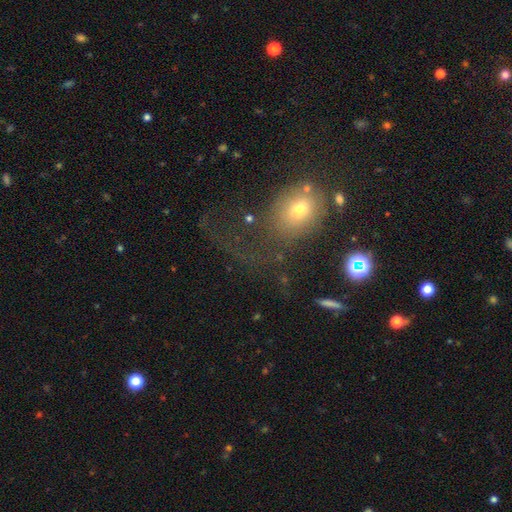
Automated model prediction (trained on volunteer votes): smooth 52%, star or artifact 26%, featured or disk 22%. Down the decision tree: how rounded — round (68%); merging — none (39%).